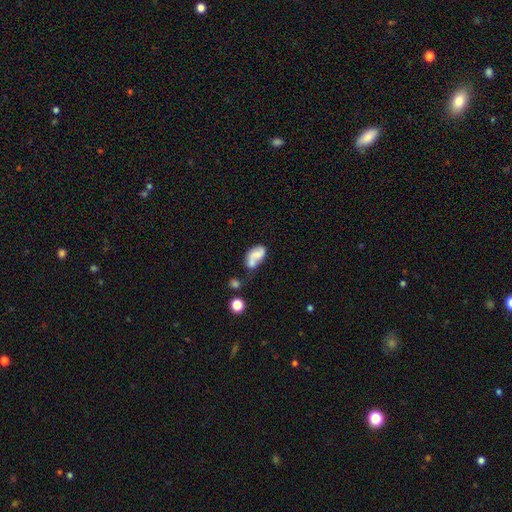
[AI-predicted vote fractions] Smooth or featured?
  - smooth: 54% *
  - featured or disk: 36%
  - star or artifact: 10%
How rounded?
  - in between: 87% *
  - round: 11%
  - cigar-shaped: 2%
Merging?
  - merger: 40% *
  - none: 25%
  - minor disturbance: 20%
  - major disturbance: 15%